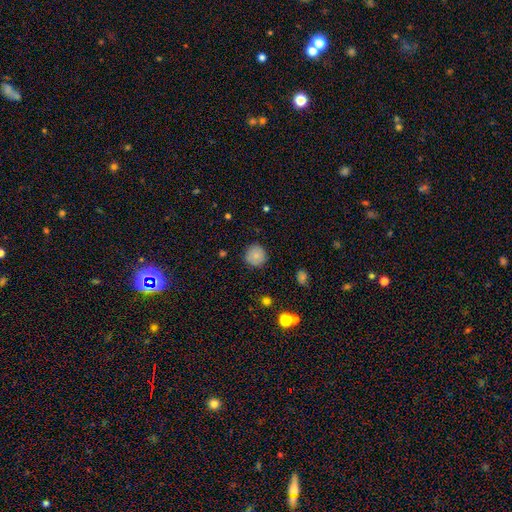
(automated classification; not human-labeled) This appears to be a smooth galaxy with no disk features (80%) that is round (95%). Merging: none (88%).